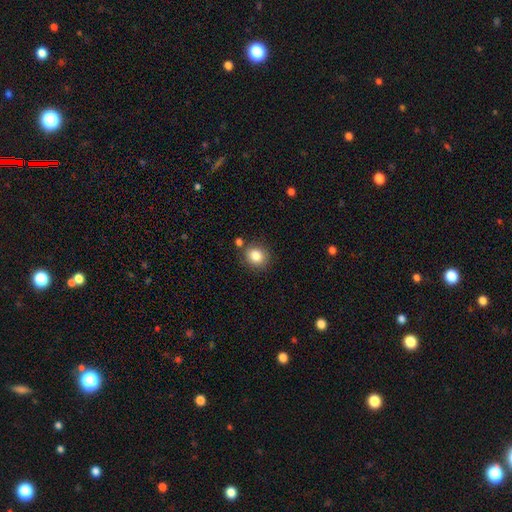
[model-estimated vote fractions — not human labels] This appears to be a smooth galaxy with no disk features (84%) that is round (79%). Merging: none (81%).